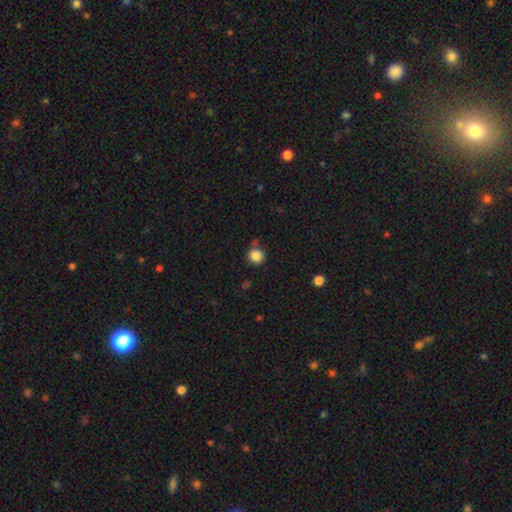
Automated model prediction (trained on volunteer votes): Smooth or featured? Predicted: smooth (p=0.86). How rounded? Predicted: round (p=0.85). Merging? Predicted: none (p=0.73).